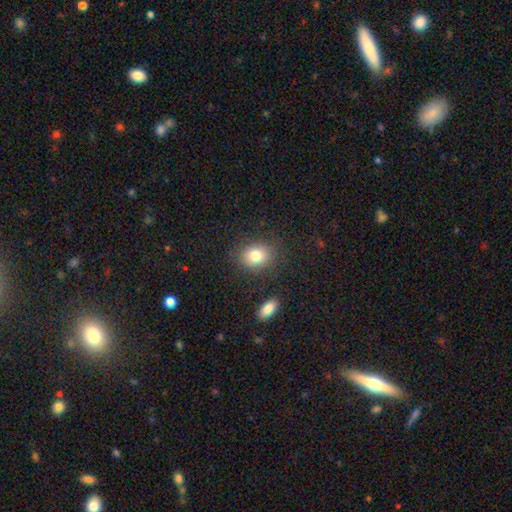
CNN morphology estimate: smooth 81%, star or artifact 10%, featured or disk 9%. Down the decision tree: how rounded — in between (50%); merging — none (82%).